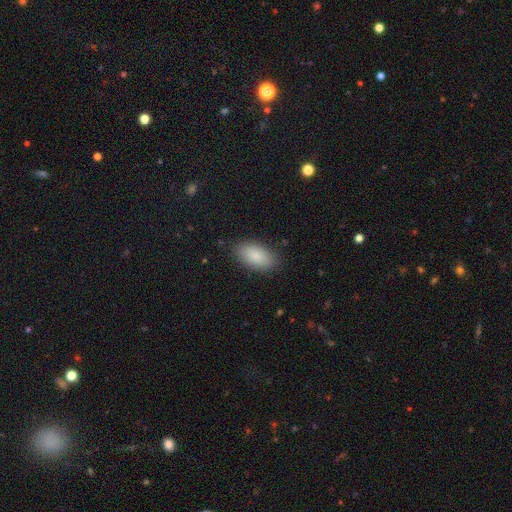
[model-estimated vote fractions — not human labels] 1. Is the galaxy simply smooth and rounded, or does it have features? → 87% smooth, 7% star or artifact, 6% featured or disk.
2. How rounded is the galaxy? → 93% in between, 4% cigar-shaped, 3% round.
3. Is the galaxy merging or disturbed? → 86% none, 10% minor disturbance, 3% major disturbance, 1% merger.